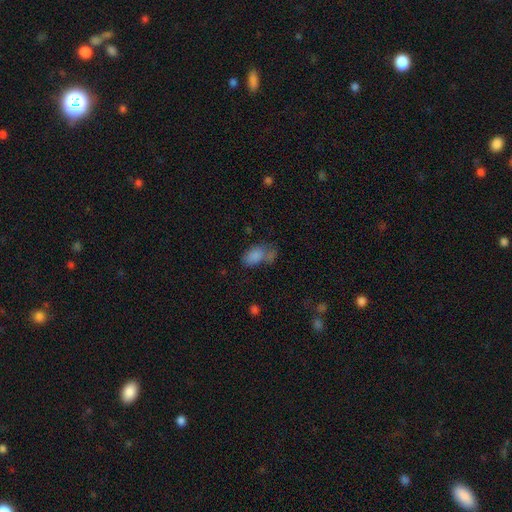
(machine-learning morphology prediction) The model was most divided on "merging": none: 38%, merger: 26%, minor disturbance: 21%, major disturbance: 14%. More confident: how rounded — in between (90%); smooth or featured — smooth (81%).